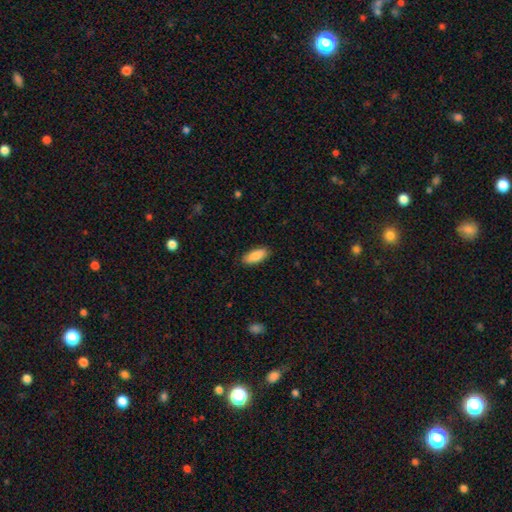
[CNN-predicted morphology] This appears to be a smooth galaxy with no disk features (88%) that is in between round and cigar-shaped (83%). Merging: none (88%).